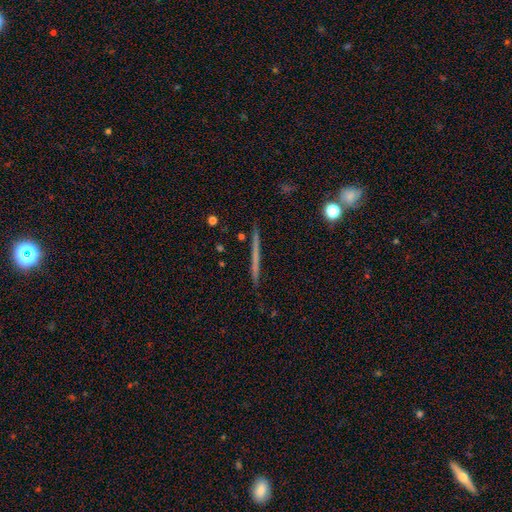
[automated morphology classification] smooth-or-featured: featured or disk: 47% | smooth: 45% | star or artifact: 8%
  merging: none: 90% | minor disturbance: 6% | merger: 2% | major disturbance: 2%